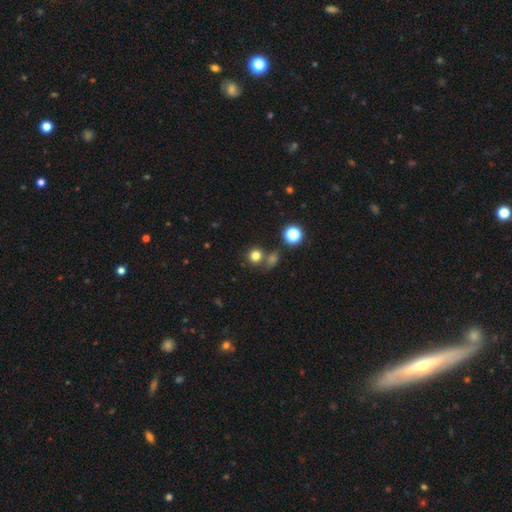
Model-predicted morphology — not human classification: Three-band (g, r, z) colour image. It shows a smooth galaxy with no disk features (76%) that is round (90%). Merging: none (67%).